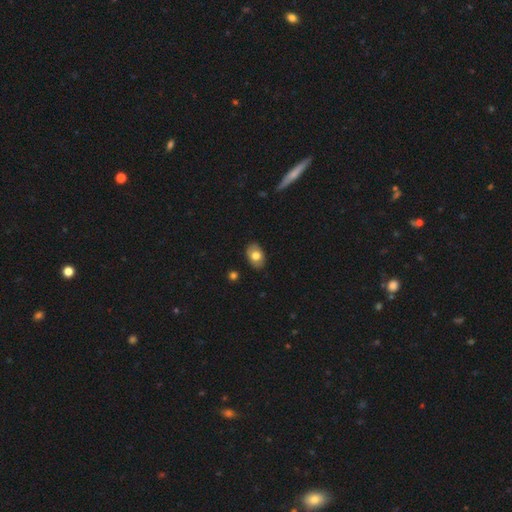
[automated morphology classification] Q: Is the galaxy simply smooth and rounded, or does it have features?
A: smooth — 71%.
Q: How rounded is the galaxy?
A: in between — 86%.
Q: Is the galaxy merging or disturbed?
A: none — 86%.